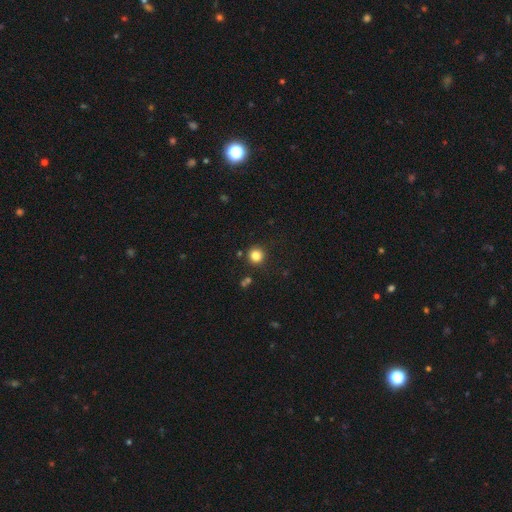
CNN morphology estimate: smooth_or_featured: smooth (p=0.84) [alt: star or artifact p=0.12]
how_rounded: round (p=0.93) [alt: in between p=0.06]
merging: none (p=0.88) [alt: minor disturbance p=0.07]